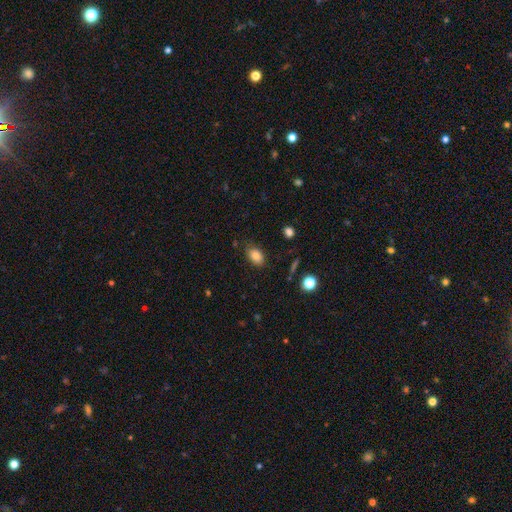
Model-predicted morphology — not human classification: Q: Smooth or featured?
A: smooth (83%); runner-up: star or artifact (10%)
Q: How rounded?
A: in between (87%); runner-up: round (12%)
Q: Merging?
A: none (78%); runner-up: minor disturbance (17%)